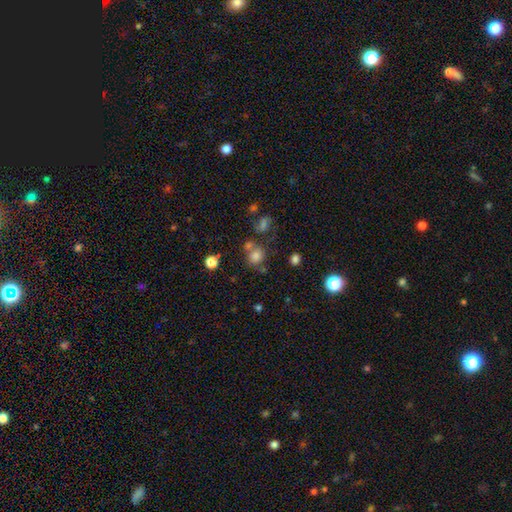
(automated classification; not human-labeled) smooth 76%, star or artifact 15%, featured or disk 9%. Down the decision tree: how rounded — round (81%); merging — none (58%).